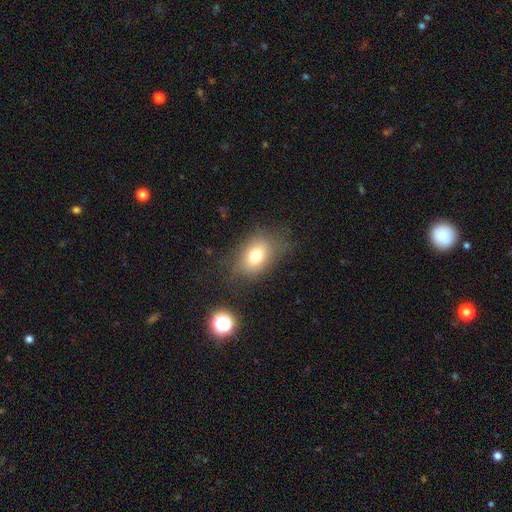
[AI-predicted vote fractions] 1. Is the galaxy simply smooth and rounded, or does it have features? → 74% smooth, 14% featured or disk, 12% star or artifact.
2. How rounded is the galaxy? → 77% in between, 21% round, 2% cigar-shaped.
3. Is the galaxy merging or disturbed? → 70% none, 18% minor disturbance, 9% major disturbance, 2% merger.